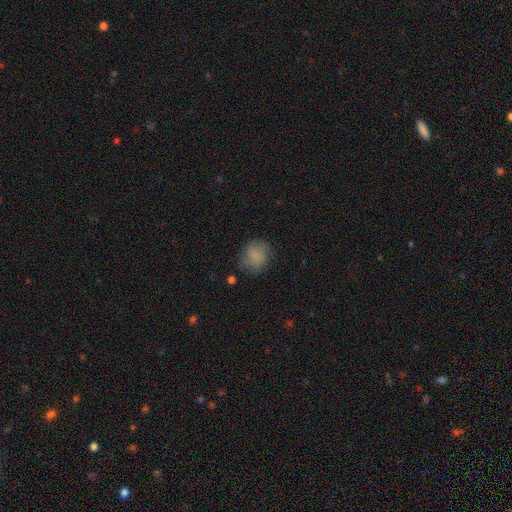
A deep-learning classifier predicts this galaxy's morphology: Smooth or featured?
  - smooth: 76% *
  - featured or disk: 14%
  - star or artifact: 9%
How rounded?
  - round: 72% *
  - in between: 27%
  - cigar-shaped: 1%
Merging?
  - none: 68% *
  - minor disturbance: 22%
  - major disturbance: 8%
  - merger: 2%